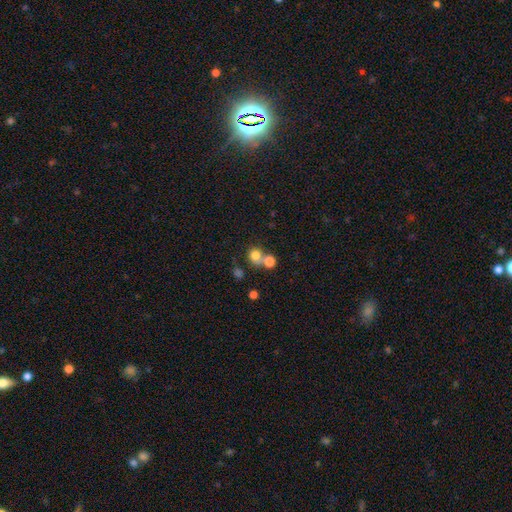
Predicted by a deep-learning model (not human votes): Overall: smooth (77%). How rounded: round (84%). Merging: merger (45%; none 44%).